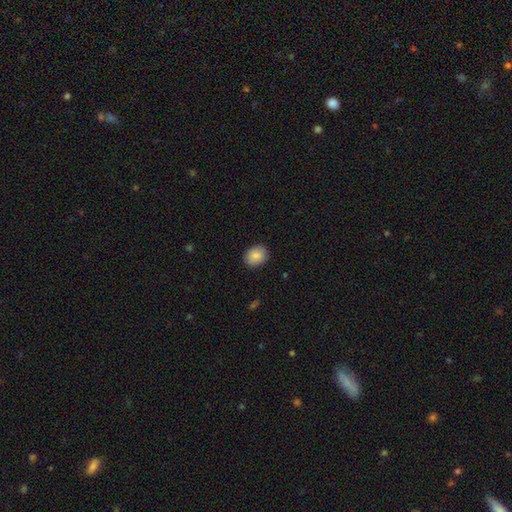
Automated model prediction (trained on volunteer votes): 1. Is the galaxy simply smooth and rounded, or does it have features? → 88% smooth, 7% star or artifact, 5% featured or disk.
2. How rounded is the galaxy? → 50% round, 49% in between, 1% cigar-shaped.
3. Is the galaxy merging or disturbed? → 88% none, 9% minor disturbance, 2% major disturbance, 1% merger.